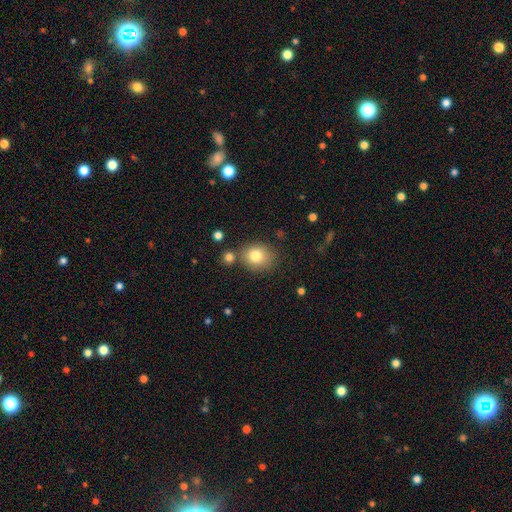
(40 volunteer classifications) A smooth galaxy with no disk features (80%) that is round (72%). Merging: none (54%).